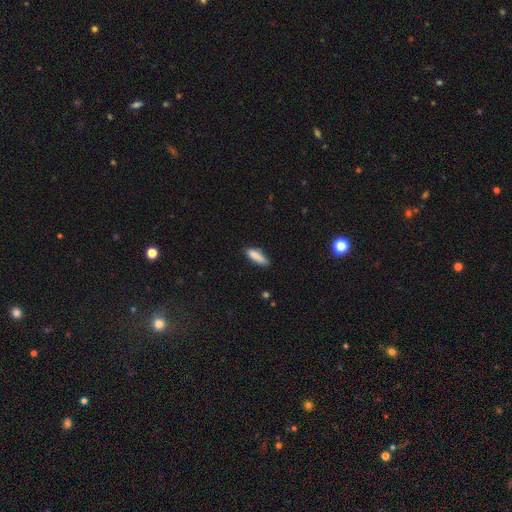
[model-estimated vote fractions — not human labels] Q: Smooth or featured?
A: smooth (85%); runner-up: featured or disk (8%)
Q: How rounded?
A: cigar-shaped (54%); runner-up: in between (44%)
Q: Merging?
A: none (73%); runner-up: minor disturbance (21%)